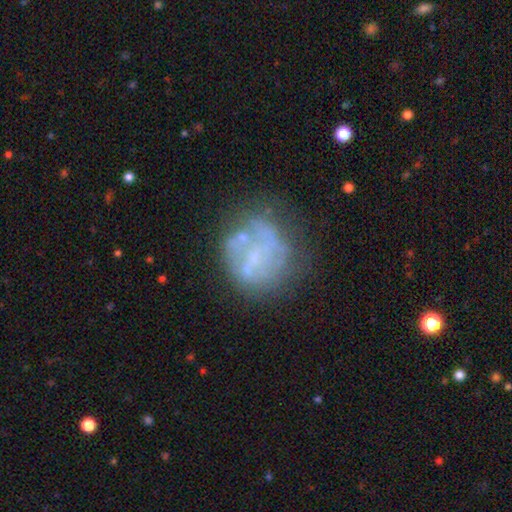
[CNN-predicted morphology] This is possibly a featured or disk galaxy (60%). It is clearly not viewed edge-on (98%). Bar: likely no (73%). Spiral arm pattern: likely no (74%). Central bulge: possibly none (58%). Merging: possibly none (53%).